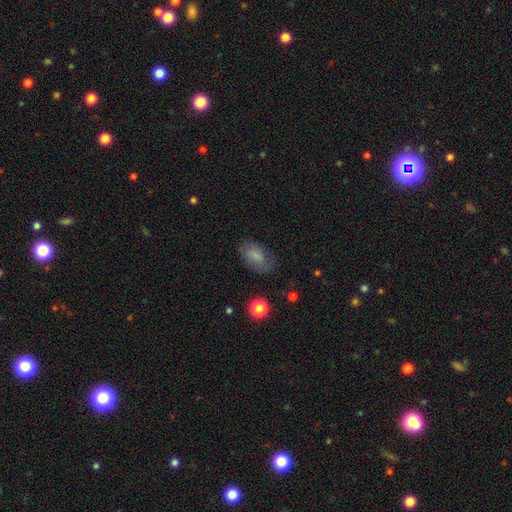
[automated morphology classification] smooth 73%, featured or disk 17%, star or artifact 9%. Down the decision tree: how rounded — in between (90%); merging — none (68%).